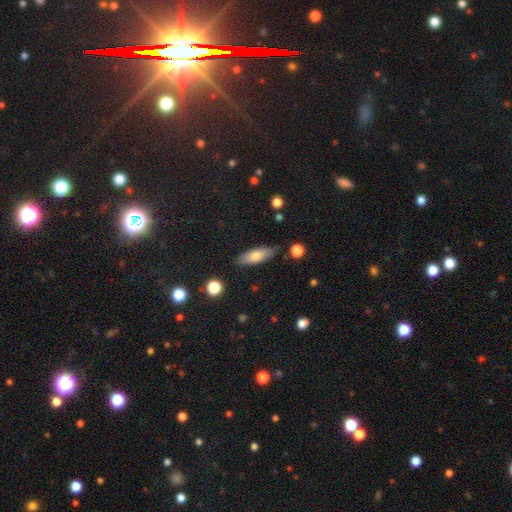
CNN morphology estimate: Smooth or featured: smooth — 70% (featured or disk — 23%)
How rounded: in between — 59% (cigar-shaped — 38%)
Merging: none — 82% (minor disturbance — 13%)